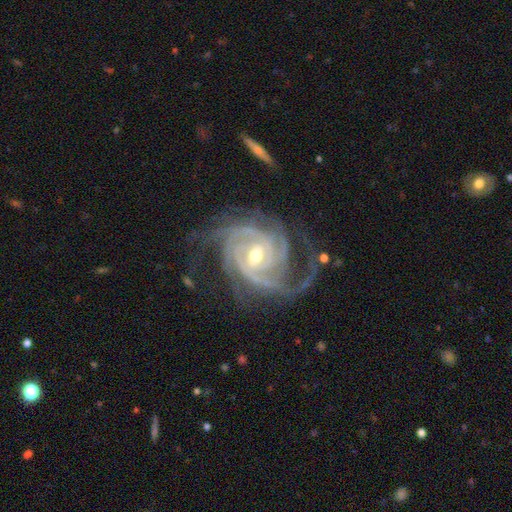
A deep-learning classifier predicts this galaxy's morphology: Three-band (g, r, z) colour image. It shows a featured or disk galaxy (93%) with a weak bar (42%), 3 (27%) tight (63%) spiral arms (98%) and a moderate central bulge (54%). Merging: none (62%).